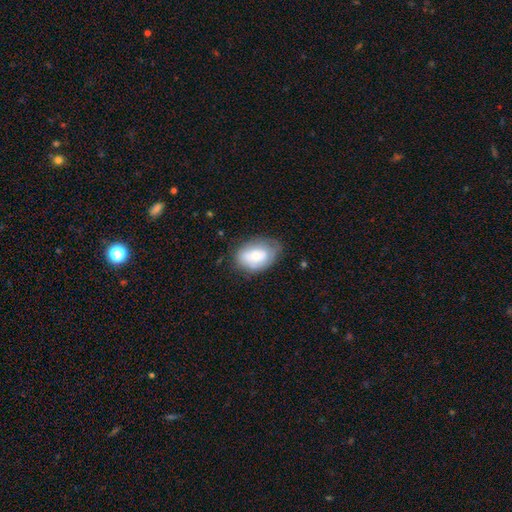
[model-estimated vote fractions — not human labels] Smooth or featured?
  - smooth: 61% *
  - featured or disk: 32%
  - star or artifact: 7%
How rounded?
  - in between: 83% *
  - round: 16%
  - cigar-shaped: 1%
Merging?
  - none: 61% *
  - minor disturbance: 27%
  - major disturbance: 10%
  - merger: 2%